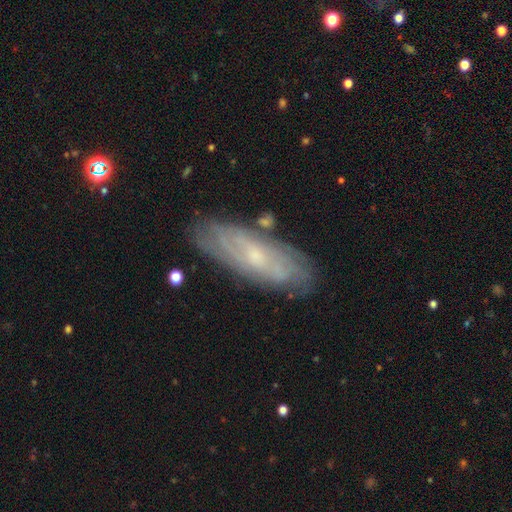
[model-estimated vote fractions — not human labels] The model was most divided on "smooth or featured": featured or disk: 63%, smooth: 29%, star or artifact: 8%. More confident: merging — none (79%); edge-on disk — no (76%).